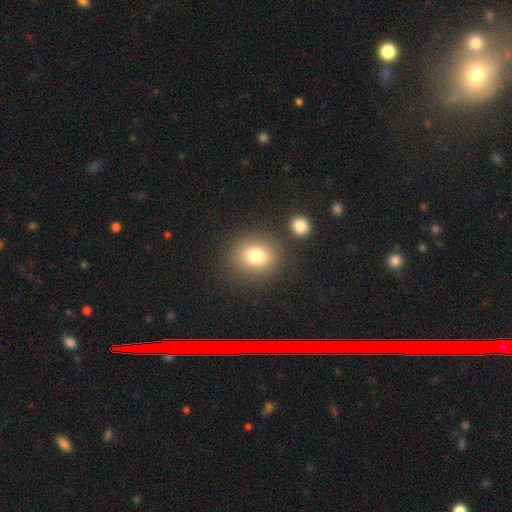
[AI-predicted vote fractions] Smooth or featured? smooth (78%)
How rounded? round (76%)
Merging? none (81%)